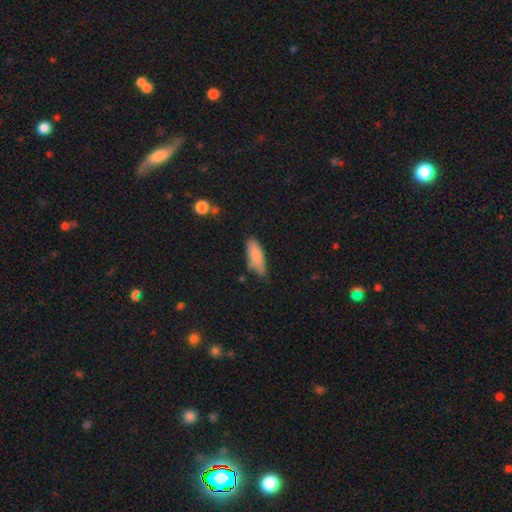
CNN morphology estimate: Smooth or featured?
  - smooth: 83% *
  - featured or disk: 10%
  - star or artifact: 6%
How rounded?
  - in between: 65% *
  - cigar-shaped: 33%
  - round: 2%
Merging?
  - none: 55% *
  - minor disturbance: 34%
  - major disturbance: 6%
  - merger: 4%